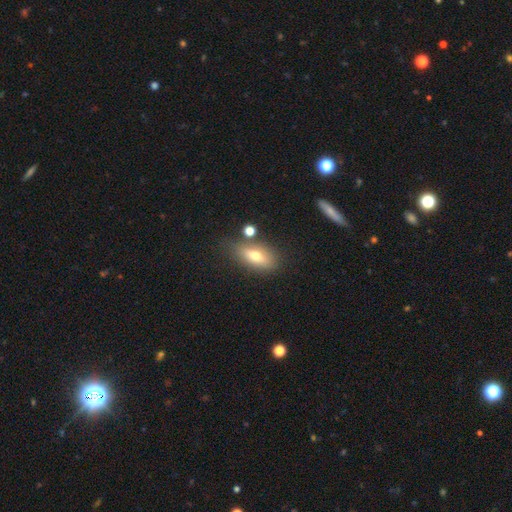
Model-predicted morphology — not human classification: Smooth or featured? smooth (68%)
How rounded? in between (80%)
Merging? none (71%)